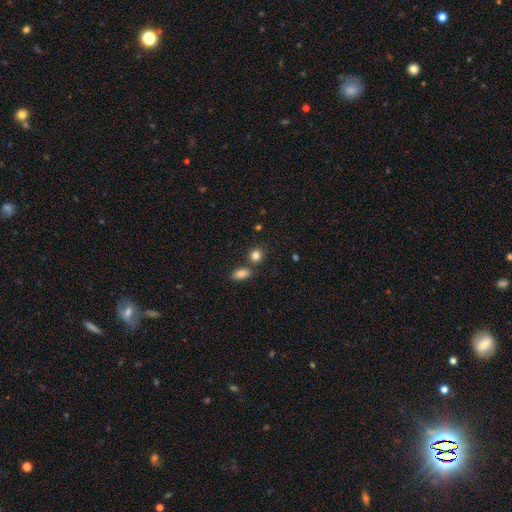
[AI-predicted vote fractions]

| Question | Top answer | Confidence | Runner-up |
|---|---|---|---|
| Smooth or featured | smooth | 84% | star or artifact (10%) |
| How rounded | round | 72% | in between (26%) |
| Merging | none | 70% | merger (17%) |